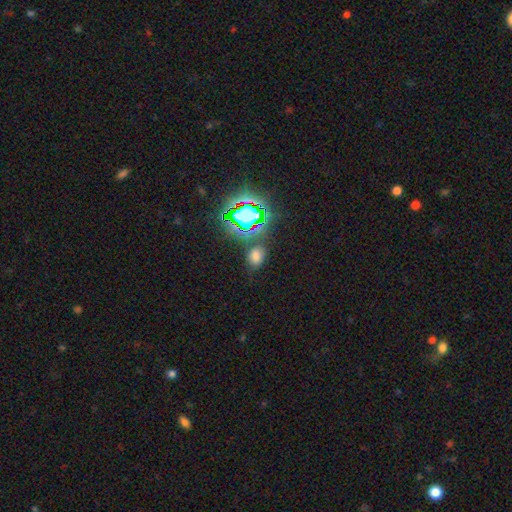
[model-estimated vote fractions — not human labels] Smooth or featured? smooth (60%)
How rounded? in between (67%)
Merging? none (75%)